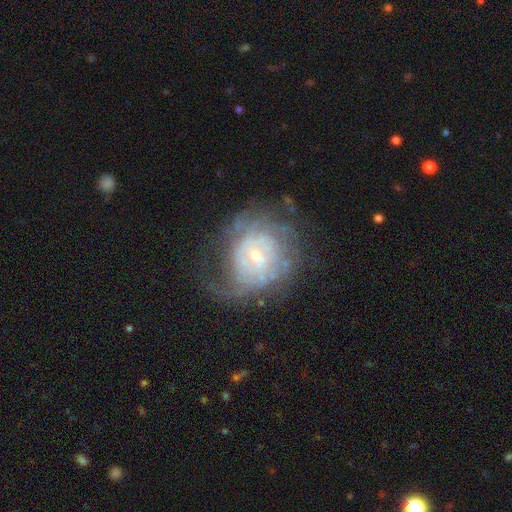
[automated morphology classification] Smooth or featured: featured or disk — 75% (smooth — 16%)
Edge-on disk: no — 97% (yes — 3%)
Bar: no — 61% (weak — 33%)
Spiral arms: yes — 82% (no — 18%)
Spiral winding: tight — 55% (medium — 29%)
Spiral arm count: can't tell — 54% (2 — 18%)
Bulge size: small — 74% (moderate — 21%)
Merging: none — 53% (major disturbance — 23%)